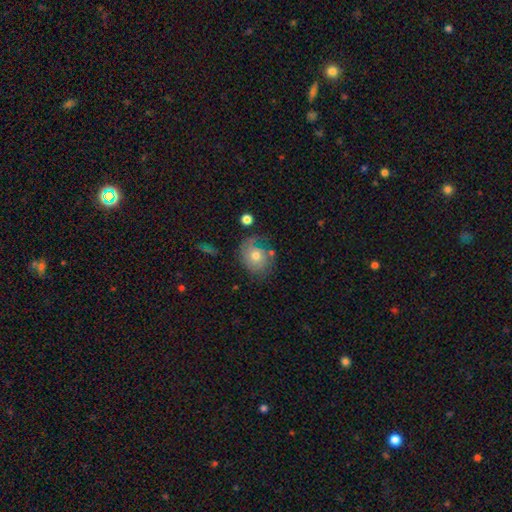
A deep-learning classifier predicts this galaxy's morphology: Smooth or featured?
  - smooth: 55% *
  - featured or disk: 36%
  - star or artifact: 9%
How rounded?
  - round: 66% *
  - in between: 33%
  - cigar-shaped: 1%
Merging?
  - none: 55% *
  - minor disturbance: 25%
  - major disturbance: 15%
  - merger: 5%